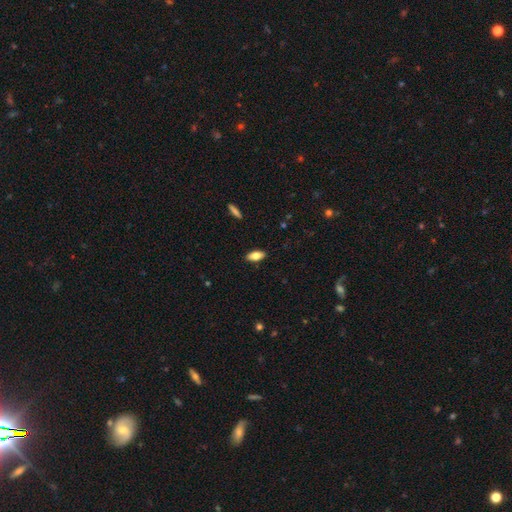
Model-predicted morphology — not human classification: smooth 78%, featured or disk 15%, star or artifact 7%. Down the decision tree: how rounded — in between (86%); merging — none (88%).